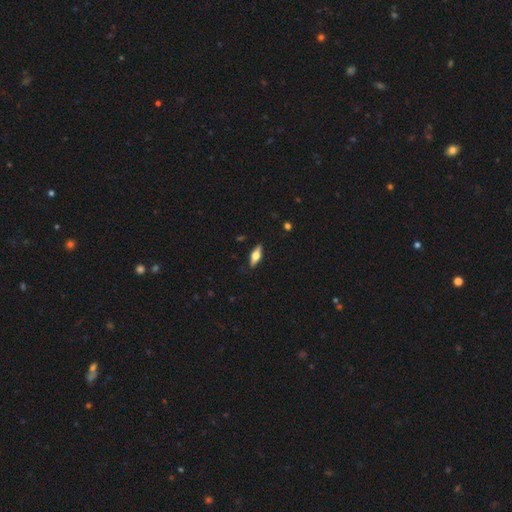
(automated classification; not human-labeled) The model was most divided on "smooth or featured": featured or disk: 47%, smooth: 46%, star or artifact: 7%. More confident: merging — none (87%).